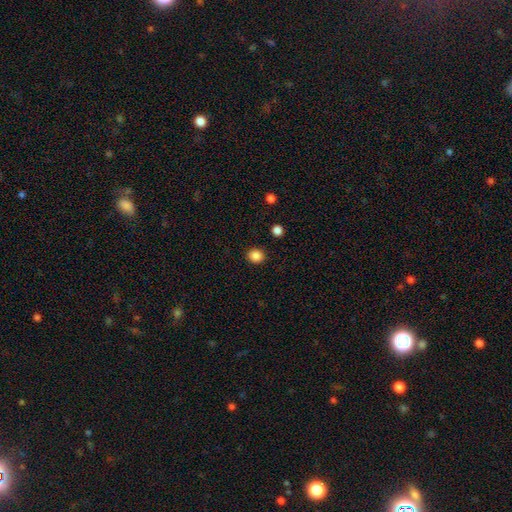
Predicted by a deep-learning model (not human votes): smooth-or-featured: smooth: 87% | star or artifact: 10% | featured or disk: 3%
  how-rounded: round: 83% | in between: 16% | cigar-shaped: 1%
  merging: none: 91% | minor disturbance: 5% | major disturbance: 2% | merger: 1%